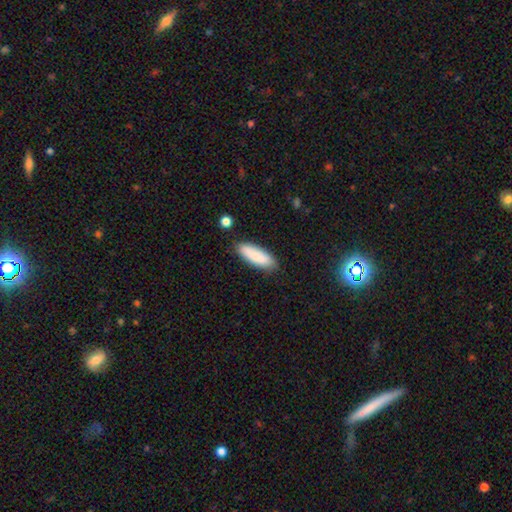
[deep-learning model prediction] Morphology: type=smooth (80%); roundness=in between (65%); merging=none (82%).